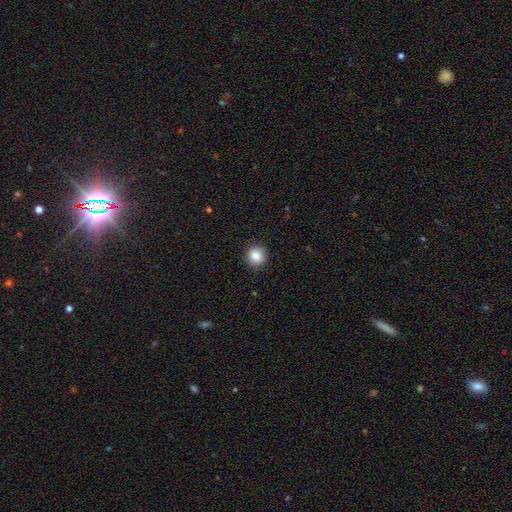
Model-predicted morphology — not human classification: This is clearly a smooth galaxy (86%). How rounded: clearly round (93%). Merging: clearly none (92%).